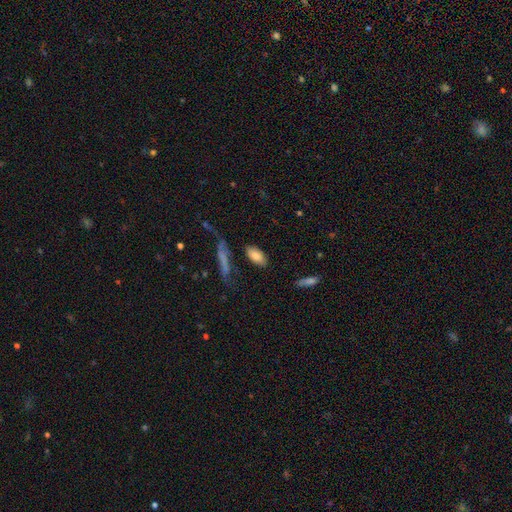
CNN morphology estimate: The model was most divided on "merging": none: 77%, minor disturbance: 13%, major disturbance: 5%, merger: 5%. More confident: how rounded — in between (91%); smooth or featured — smooth (81%).